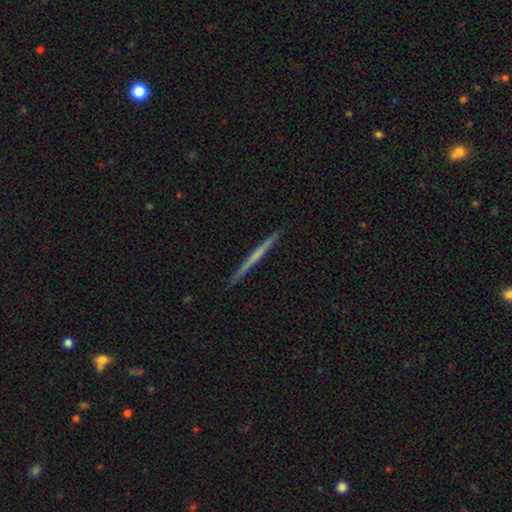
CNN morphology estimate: Smooth or featured? Predicted: featured or disk (p=0.59). Edge-on disk? Predicted: yes (p=0.98). Edge-on bulge? Predicted: none (p=0.83). Merging? Predicted: none (p=0.93).